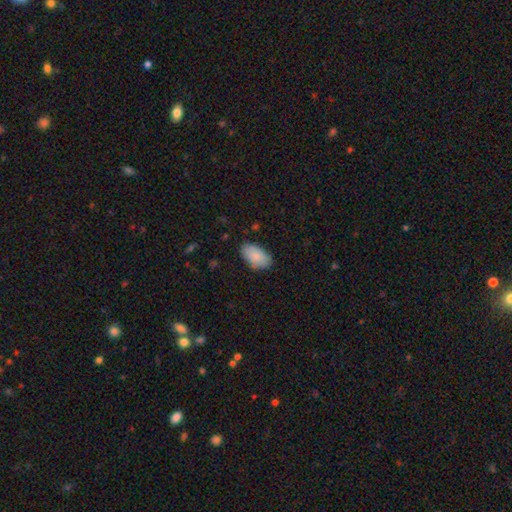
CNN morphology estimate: Overall: smooth (87%). How rounded: in between (94%). Merging: none (81%).